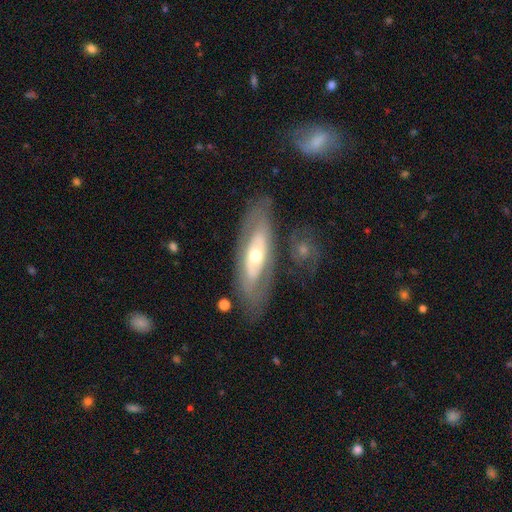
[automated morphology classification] Q: Smooth or featured?
A: featured or disk (66%); runner-up: smooth (28%)
Q: Edge-on disk?
A: no (78%); runner-up: yes (22%)
Q: Bar?
A: no (81%); runner-up: weak (12%)
Q: Spiral arms?
A: no (69%); runner-up: yes (31%)
Q: Bulge size?
A: moderate (59%); runner-up: small (33%)
Q: Merging?
A: none (77%); runner-up: minor disturbance (13%)